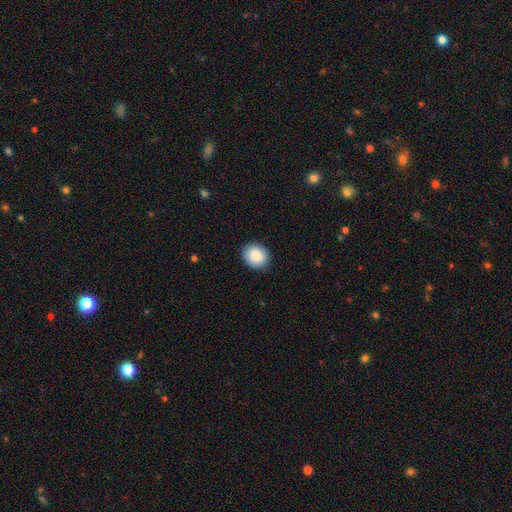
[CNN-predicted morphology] The model was most divided on "how rounded": round: 62%, in between: 38%, cigar-shaped: 1%. More confident: merging — none (89%); smooth or featured — smooth (88%).